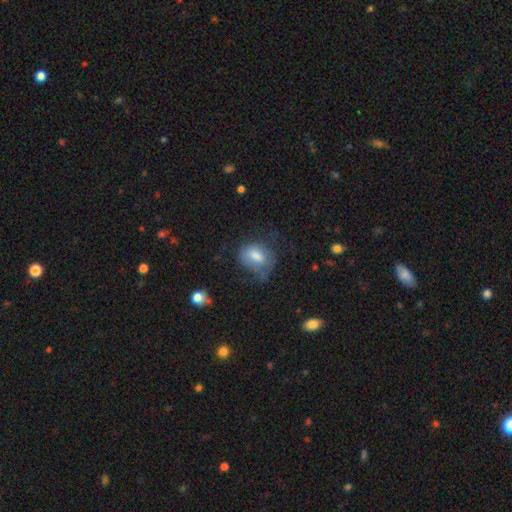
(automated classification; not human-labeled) This is likely a smooth galaxy (68%). How rounded: likely in between (72%). Merging: marginally none (44%).